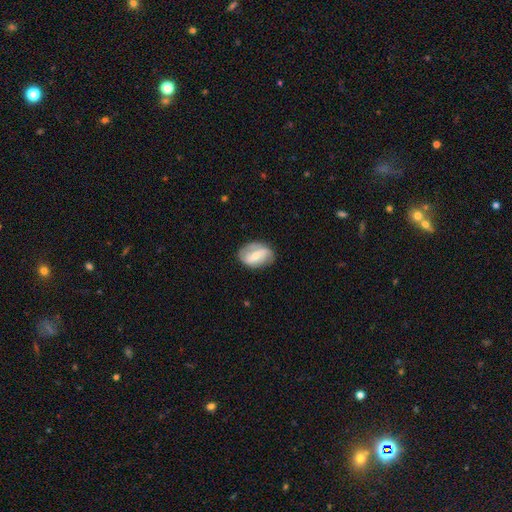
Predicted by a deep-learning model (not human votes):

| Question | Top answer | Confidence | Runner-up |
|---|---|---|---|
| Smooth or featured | featured or disk | 69% | smooth (25%) |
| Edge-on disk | no | 96% | yes (4%) |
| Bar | weak | 40% | tied: strong (40%) |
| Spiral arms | yes | 84% | no (16%) |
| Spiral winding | medium | 40% | loose (33%) |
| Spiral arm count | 2 | 75% | can't tell (13%) |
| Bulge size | moderate | 48% | small (46%) |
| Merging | none | 72% | minor disturbance (20%) |